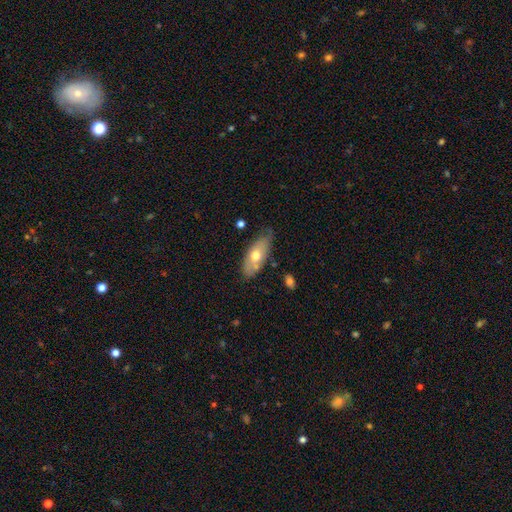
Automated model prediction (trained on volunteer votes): The model was most divided on "smooth or featured": smooth: 56%, featured or disk: 37%, star or artifact: 6%. More confident: how rounded — in between (83%); merging — none (67%).